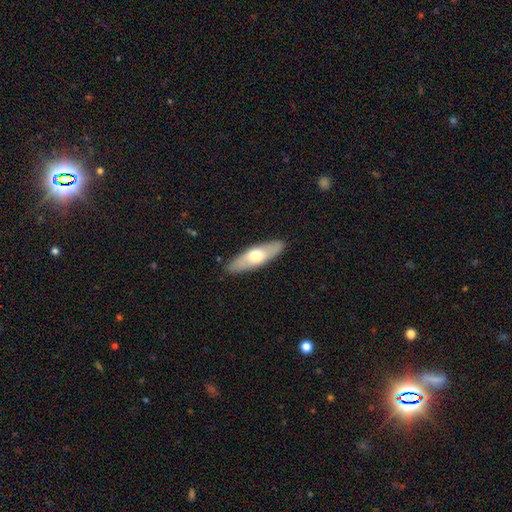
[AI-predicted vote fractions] smooth 57%, featured or disk 38%, star or artifact 5%. Down the decision tree: how rounded — cigar-shaped (52%); merging — none (88%).